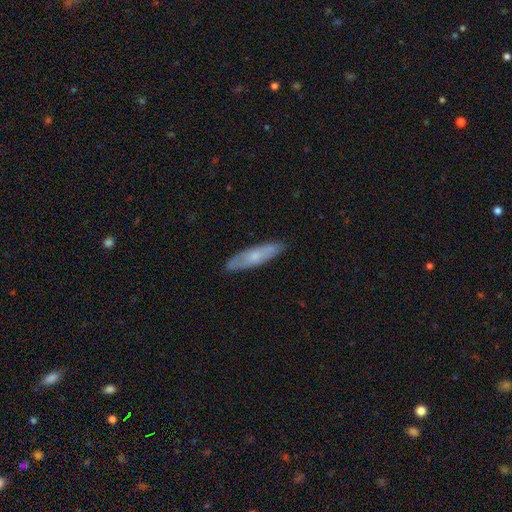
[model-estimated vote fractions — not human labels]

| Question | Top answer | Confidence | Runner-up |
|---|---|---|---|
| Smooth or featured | smooth | 57% | featured or disk (37%) |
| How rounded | cigar-shaped | 75% | in between (23%) |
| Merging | none | 86% | minor disturbance (11%) |